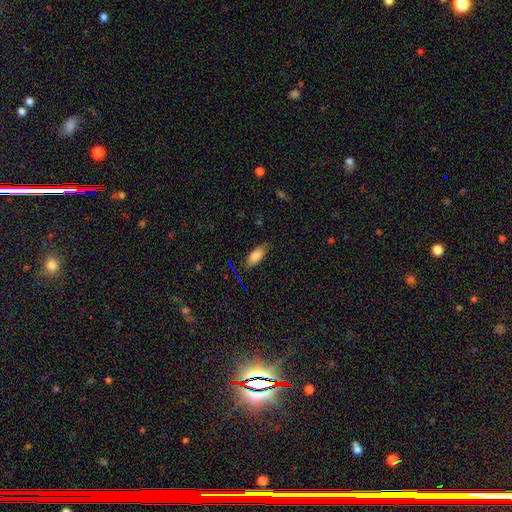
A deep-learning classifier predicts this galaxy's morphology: smooth-or-featured: smooth: 81% | featured or disk: 10% | star or artifact: 9%
  how-rounded: in between: 81% | cigar-shaped: 16% | round: 2%
  merging: none: 77% | minor disturbance: 17% | major disturbance: 4% | merger: 2%